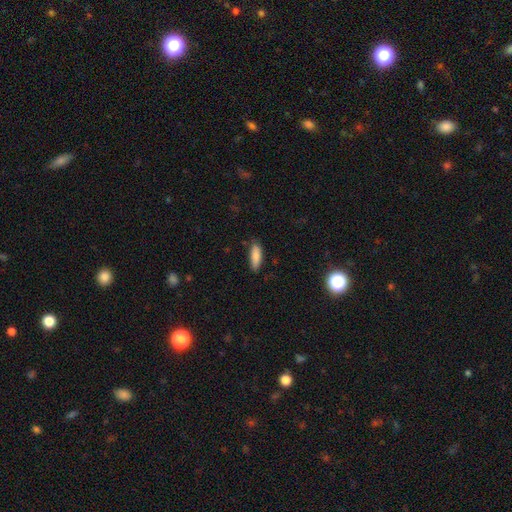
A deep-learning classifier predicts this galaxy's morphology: A smooth galaxy with no disk features (86%) that is in between round and cigar-shaped (58%).

Vote fractions:
- Smooth or featured? smooth: 86% / featured or disk: 7% / star or artifact: 7%
- How rounded? in between: 58% / cigar-shaped: 40% / round: 2%
- Merging? none: 80% / minor disturbance: 16% / major disturbance: 3% / merger: 1%